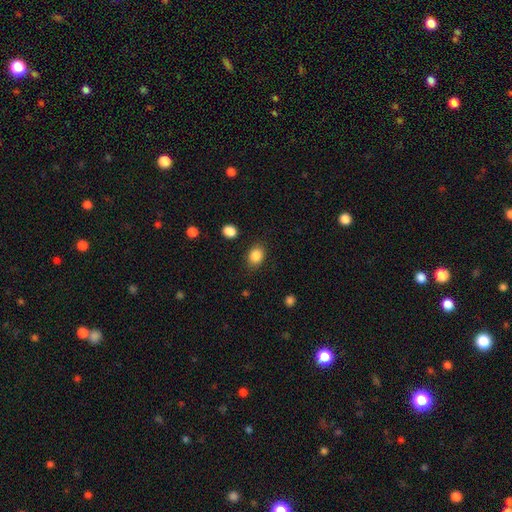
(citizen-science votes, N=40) This appears to be a smooth galaxy with no disk features (90%) that is in between round and cigar-shaped (81%). Merging: none (81%).